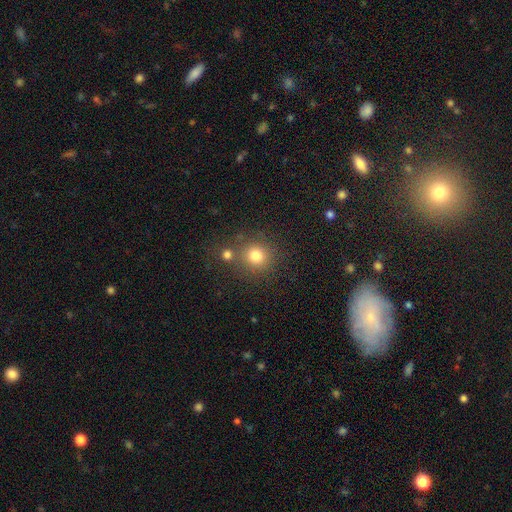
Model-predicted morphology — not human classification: type=smooth (77%); roundness=round (90%); merging=none (71%).